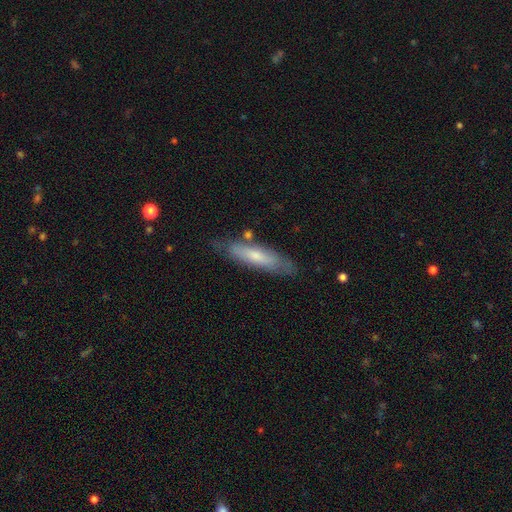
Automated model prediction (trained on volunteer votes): The model was most divided on "smooth or featured": smooth: 60%, featured or disk: 34%, star or artifact: 6%. More confident: merging — none (74%); how rounded — cigar-shaped (73%).